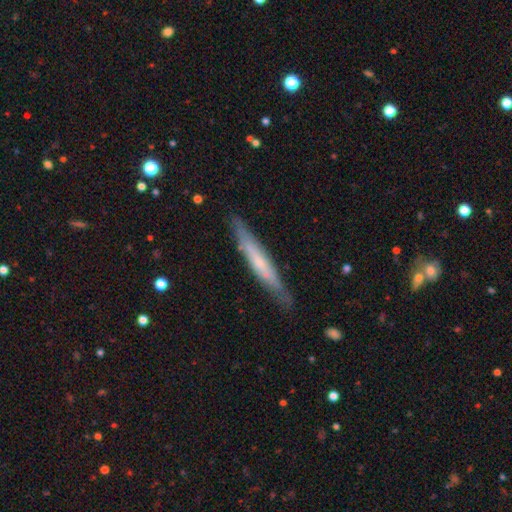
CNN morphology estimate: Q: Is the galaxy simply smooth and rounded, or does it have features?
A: featured or disk — 51%.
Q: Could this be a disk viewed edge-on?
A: yes — 87%.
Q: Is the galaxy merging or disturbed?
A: none — 83%.